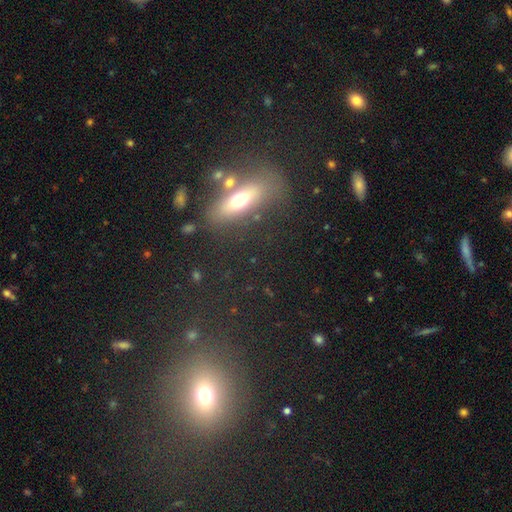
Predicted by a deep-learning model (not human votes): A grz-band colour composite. It shows a featured or disk galaxy (49%). Merging: none (71%).